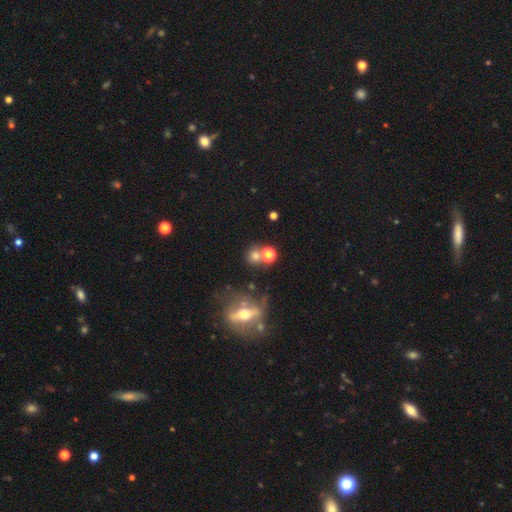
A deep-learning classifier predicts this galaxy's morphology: The model was most divided on "merging": none: 57%, merger: 27%, minor disturbance: 10%, major disturbance: 6%. More confident: how rounded — round (84%); smooth or featured — smooth (65%).